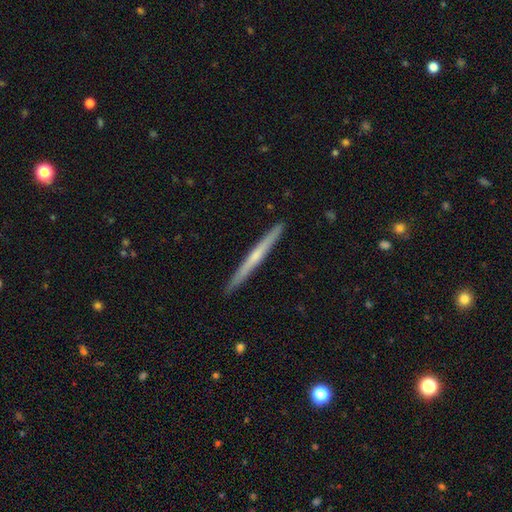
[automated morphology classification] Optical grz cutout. It shows a featured or disk galaxy (58%) viewed edge-on (98%) with no central bulge (59%). Merging: none (93%).